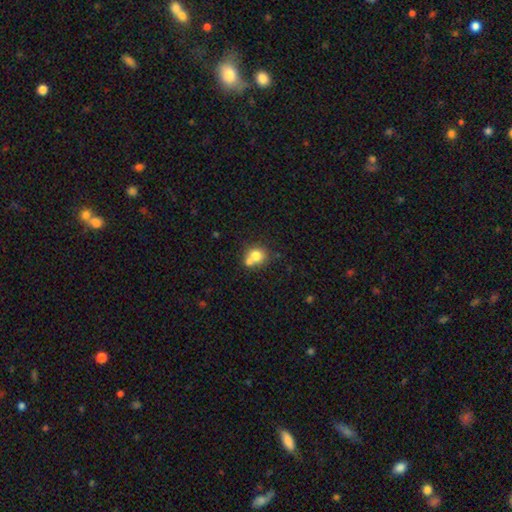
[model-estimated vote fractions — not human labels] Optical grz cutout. It shows a smooth galaxy with no disk features (75%) that is round (81%). Merging: none (45%).